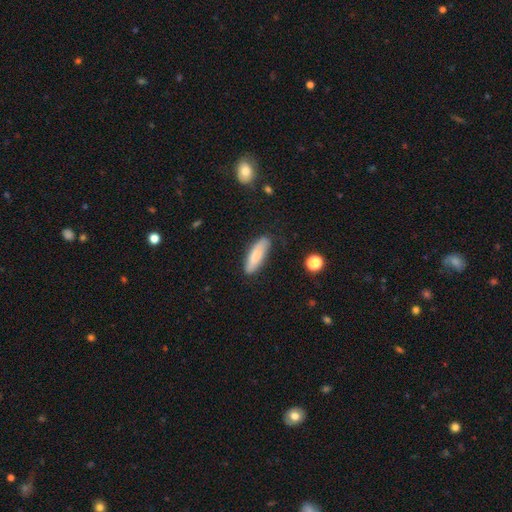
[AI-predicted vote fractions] Overall: smooth (81%). How rounded: cigar-shaped (57%; in between 42%). Merging: none (80%).